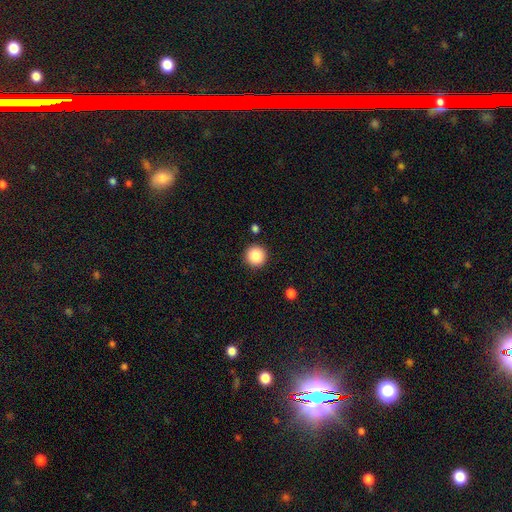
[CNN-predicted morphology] This appears to be a smooth galaxy with no disk features (87%) that is round (96%). Merging: none (91%).